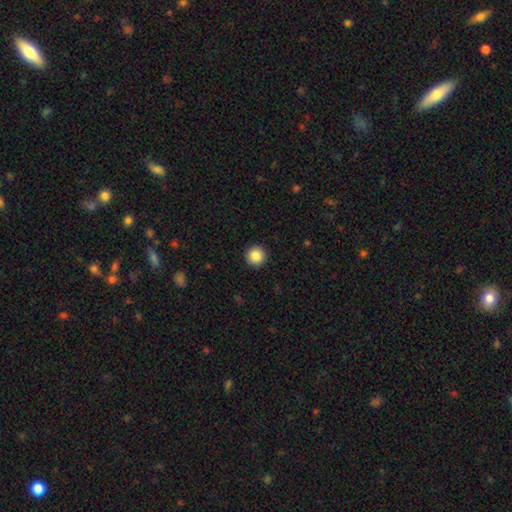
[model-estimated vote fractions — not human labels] A smooth galaxy with no disk features (86%) that is round (96%). Merging: none (93%).